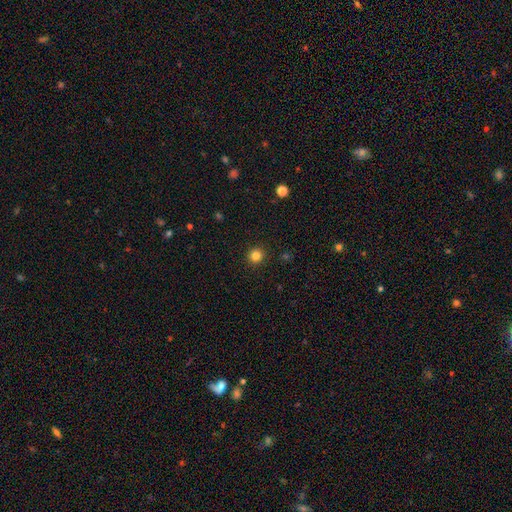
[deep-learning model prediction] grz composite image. It shows a smooth galaxy with no disk features (83%) that is round (94%). Merging: none (92%).